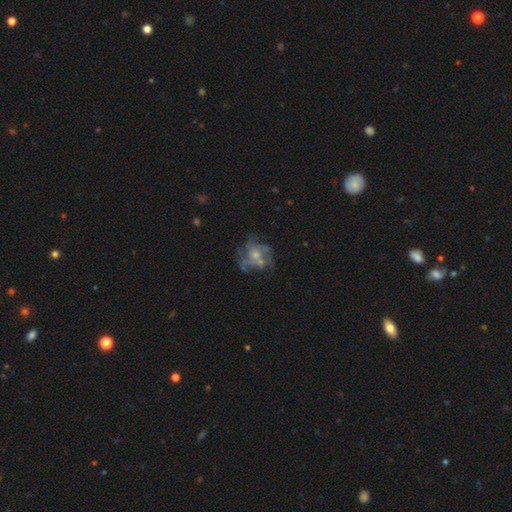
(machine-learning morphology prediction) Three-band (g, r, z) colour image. It shows a featured or disk galaxy (66%) with no bar (84%), no spiral arms (52%) and a moderate central bulge (46%). Merging: none (51%).